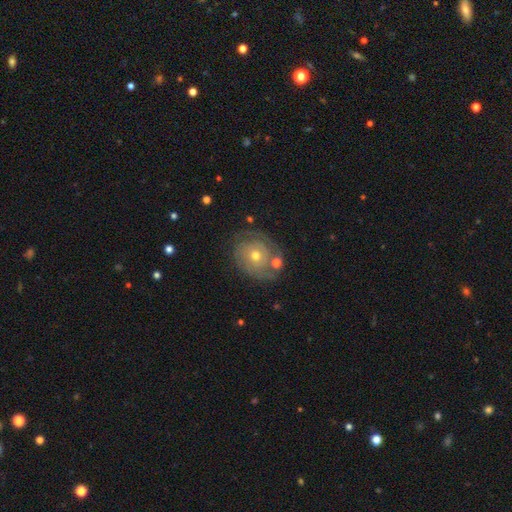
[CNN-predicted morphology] Smooth or featured: featured or disk — 71% (smooth — 22%)
Edge-on disk: no — 97% (yes — 3%)
Bar: no — 85% (weak — 12%)
Spiral arms: yes — 81% (no — 19%)
Spiral winding: tight — 74% (medium — 19%)
Spiral arm count: 2 — 37% (can't tell — 36%)
Bulge size: moderate — 55% (small — 41%)
Merging: none — 65% (minor disturbance — 18%)